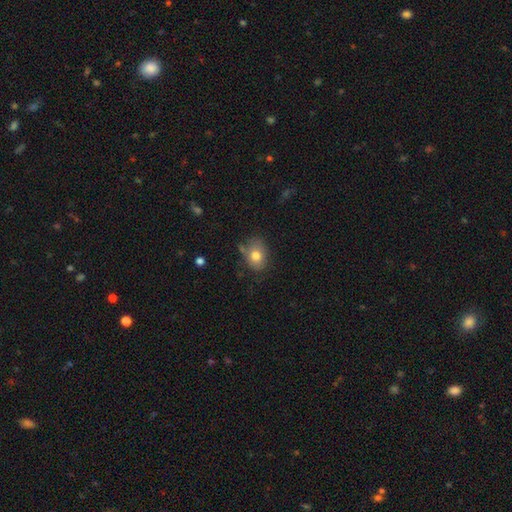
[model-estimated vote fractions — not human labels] Morphology: type=smooth (78%); roundness=in between (65%); merging=none (69%).